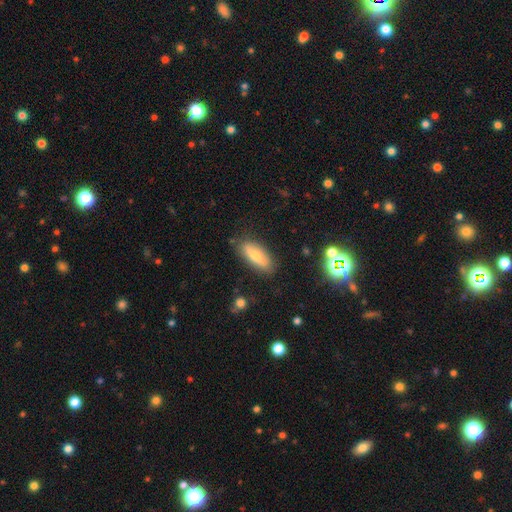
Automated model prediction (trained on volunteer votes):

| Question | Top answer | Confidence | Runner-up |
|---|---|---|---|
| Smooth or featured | smooth | 74% | featured or disk (19%) |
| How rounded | in between | 64% | cigar-shaped (34%) |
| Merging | none | 82% | minor disturbance (13%) |